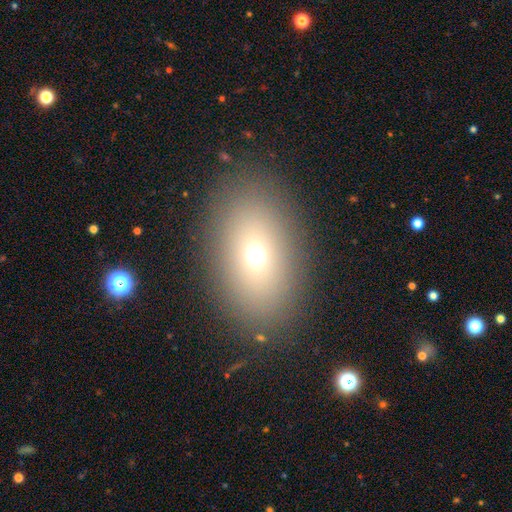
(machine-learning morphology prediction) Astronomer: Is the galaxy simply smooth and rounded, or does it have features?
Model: smooth — 68%.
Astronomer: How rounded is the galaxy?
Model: in between — 83%.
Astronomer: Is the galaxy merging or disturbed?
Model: none — 86%.